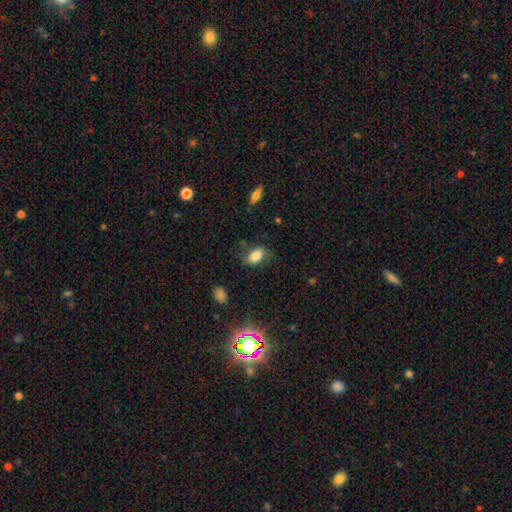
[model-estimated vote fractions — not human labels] Smooth or featured? smooth (80%)
How rounded? in between (90%)
Merging? none (67%)